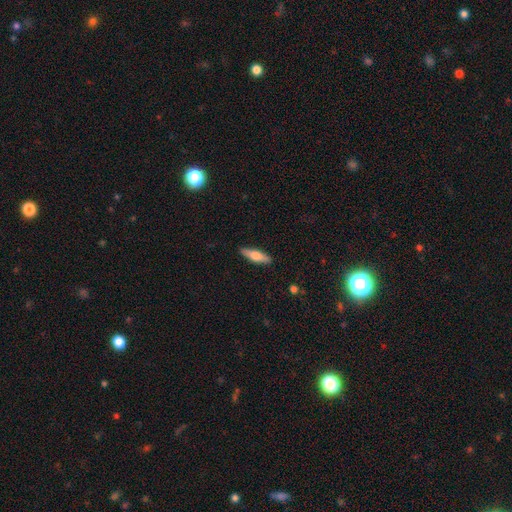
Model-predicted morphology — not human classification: A smooth galaxy with no disk features (58%) that is cigar-shaped (66%).

Vote fractions:
- Smooth or featured? smooth: 58% / featured or disk: 37% / star or artifact: 6%
- How rounded? cigar-shaped: 66% / in between: 32% / round: 2%
- Merging? none: 90% / minor disturbance: 7% / major disturbance: 2% / merger: 1%